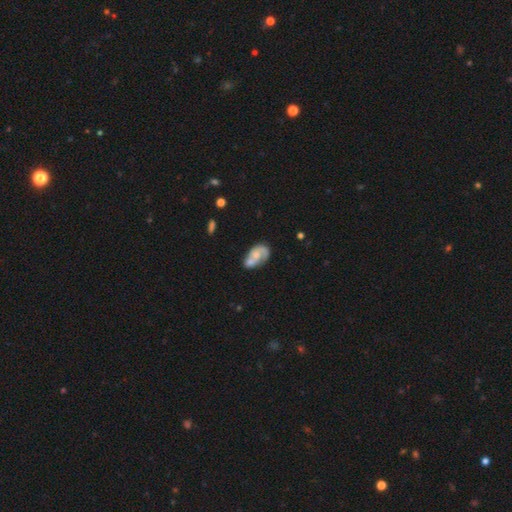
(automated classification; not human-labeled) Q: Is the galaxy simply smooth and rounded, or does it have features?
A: featured or disk — 52%.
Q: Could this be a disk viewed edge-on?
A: no — 97%.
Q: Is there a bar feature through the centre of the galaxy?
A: no — 78%.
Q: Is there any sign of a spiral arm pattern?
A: yes — 60%.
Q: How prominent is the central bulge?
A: moderate — 40%, tied with small.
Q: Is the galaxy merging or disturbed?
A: merger — 48%.